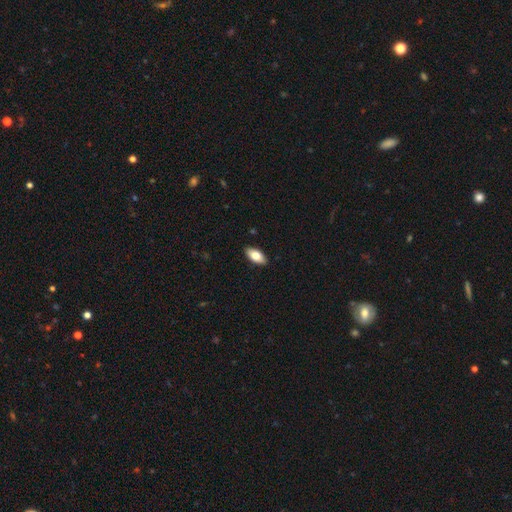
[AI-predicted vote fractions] A smooth galaxy with no disk features (77%) that is in between round and cigar-shaped (91%). Merging: none (89%).